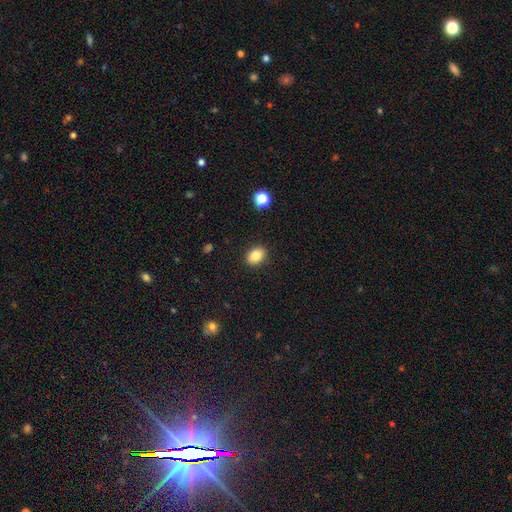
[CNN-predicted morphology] Smooth or featured? smooth (83%)
How rounded? in between (68%)
Merging? none (89%)